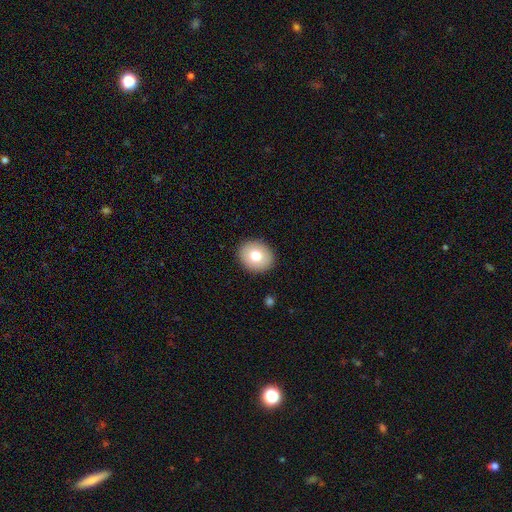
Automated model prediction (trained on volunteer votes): Smooth or featured: smooth — 76% (featured or disk — 16%)
How rounded: round — 65% (in between — 34%)
Merging: none — 91% (minor disturbance — 6%)